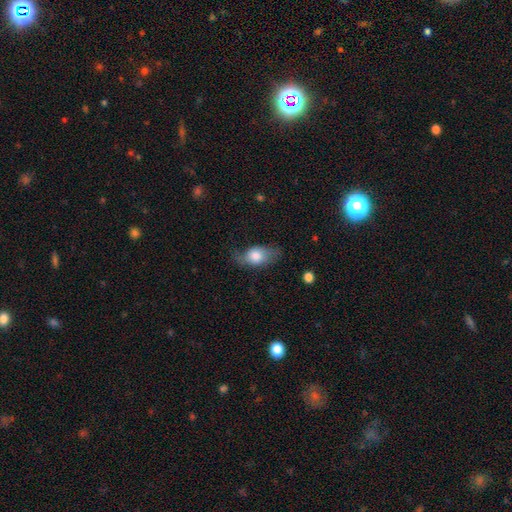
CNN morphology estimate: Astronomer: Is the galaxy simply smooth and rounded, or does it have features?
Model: smooth — 73%.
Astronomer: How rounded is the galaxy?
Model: in between — 84%.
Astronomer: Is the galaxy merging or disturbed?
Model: none — 54% (runner-up: minor disturbance, 30%).